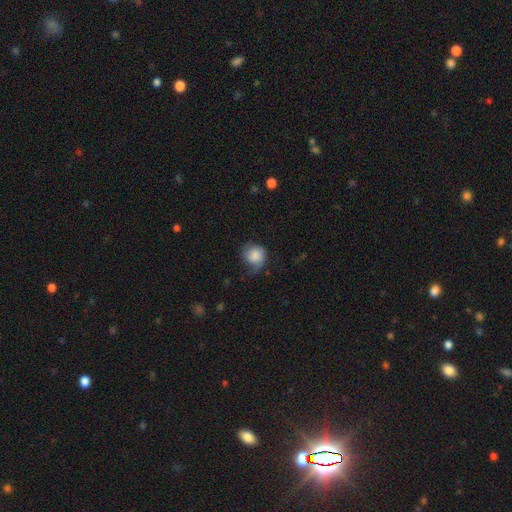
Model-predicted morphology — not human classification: smooth-or-featured: smooth: 71% | featured or disk: 21% | star or artifact: 7%
  how-rounded: round: 79% | in between: 20% | cigar-shaped: 1%
  merging: none: 45% | minor disturbance: 35% | major disturbance: 19% | merger: 2%